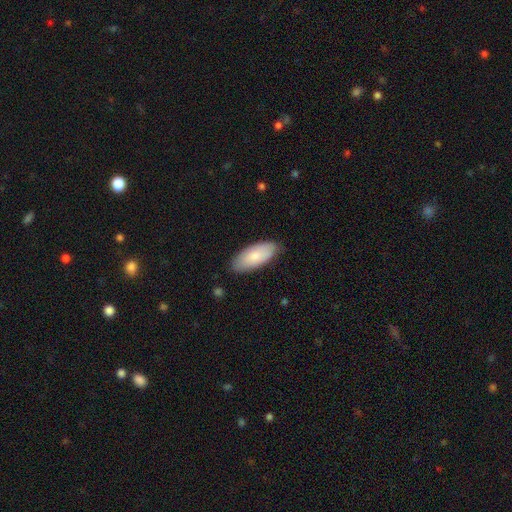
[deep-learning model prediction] A smooth galaxy with no disk features (80%) that is in between round and cigar-shaped (87%). Merging: none (82%).